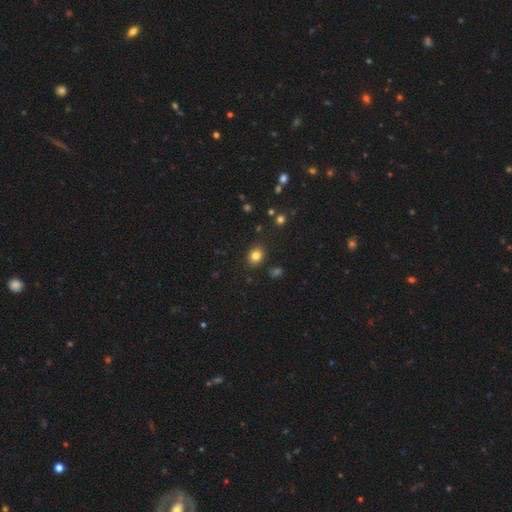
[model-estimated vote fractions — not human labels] smooth_or_featured: smooth (p=0.81) [alt: star or artifact p=0.12]
how_rounded: round (p=0.55) [alt: in between p=0.44]
merging: none (p=0.87) [alt: minor disturbance p=0.09]